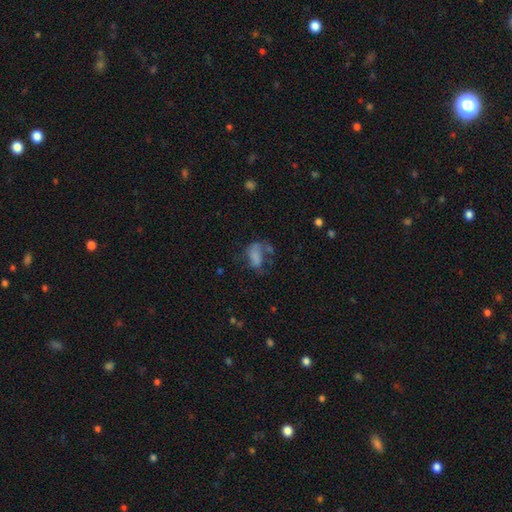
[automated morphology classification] smooth 54%, featured or disk 33%, star or artifact 13%. Down the decision tree: how rounded — in between (84%); merging — major disturbance (47%).